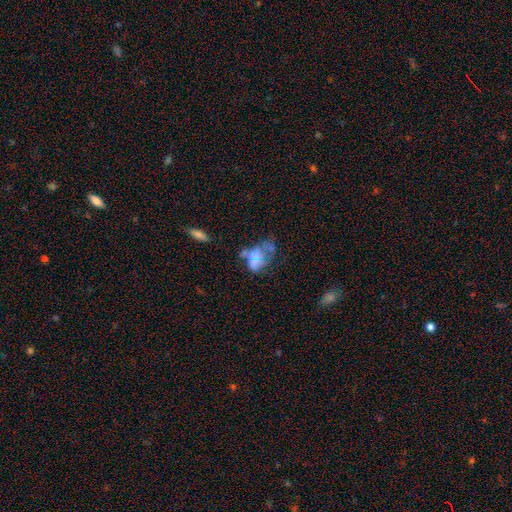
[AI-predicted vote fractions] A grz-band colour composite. It shows a featured or disk galaxy (48%). Merging: major disturbance (28%).